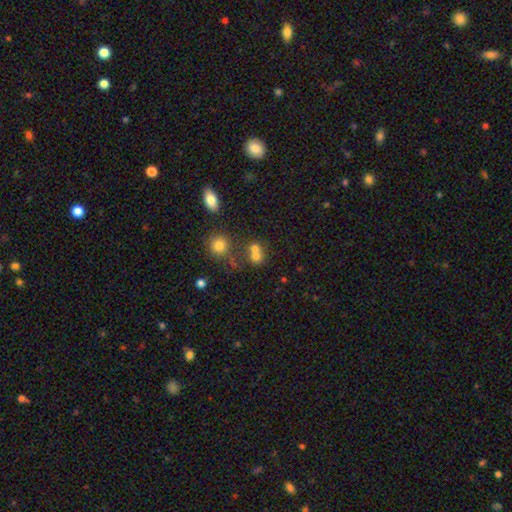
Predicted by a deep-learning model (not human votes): smooth 69%, star or artifact 16%, featured or disk 15%. Down the decision tree: how rounded — round (74%); merging — merger (52%).